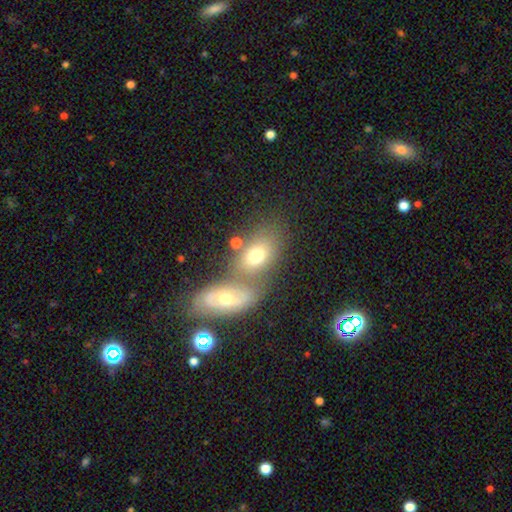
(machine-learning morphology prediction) Overall: smooth (65%; featured or disk 26%). How rounded: in between (80%). Merging: none (42%; merger 41%).